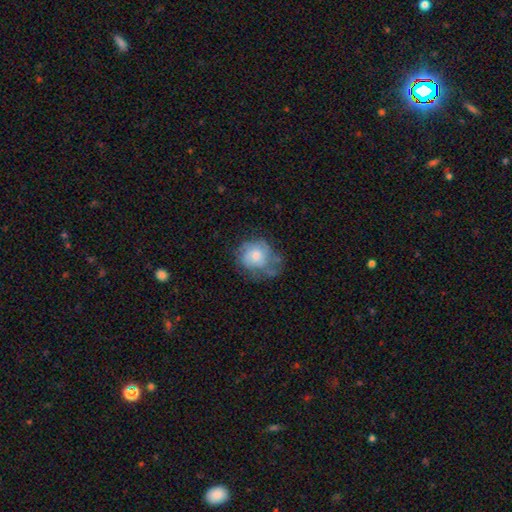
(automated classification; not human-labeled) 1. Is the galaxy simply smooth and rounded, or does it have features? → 46% featured or disk, 45% smooth, 9% star or artifact.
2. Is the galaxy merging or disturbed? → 45% none, 28% minor disturbance, 24% major disturbance, 2% merger.